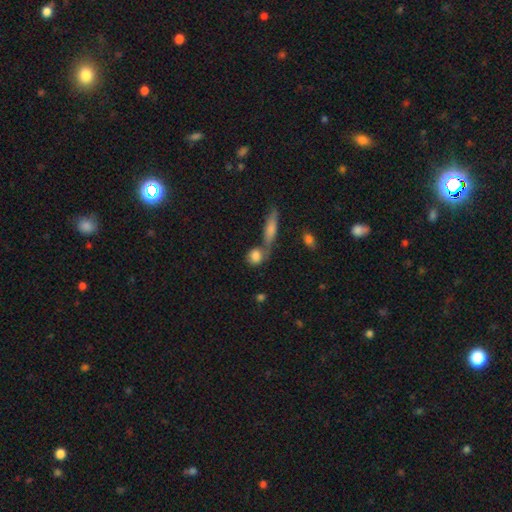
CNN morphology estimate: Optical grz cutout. It shows a smooth galaxy with no disk features (82%) that is round (62%). Merging: none (50%).